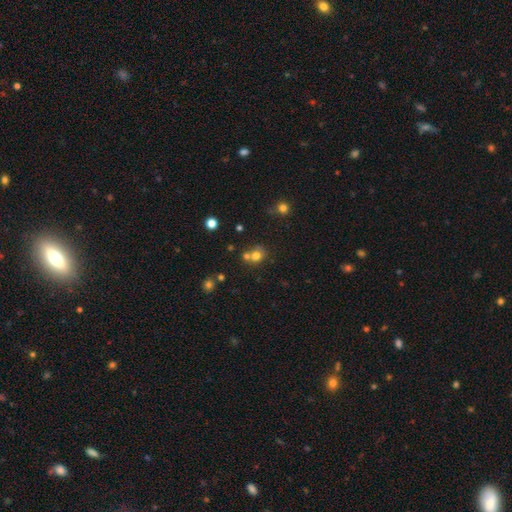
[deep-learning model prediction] Q: Smooth or featured?
A: smooth (74%); runner-up: star or artifact (15%)
Q: How rounded?
A: round (79%); runner-up: in between (21%)
Q: Merging?
A: none (49%); runner-up: merger (37%)